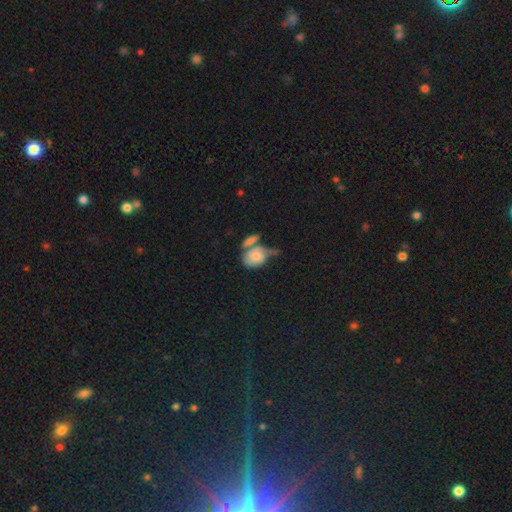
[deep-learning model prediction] A smooth galaxy with no disk features (70%) that is in between round and cigar-shaped (66%).

Vote fractions:
- Smooth or featured? smooth: 70% / featured or disk: 22% / star or artifact: 8%
- How rounded? in between: 66% / round: 32% / cigar-shaped: 2%
- Merging? merger: 44% / none: 24% / minor disturbance: 18% / major disturbance: 14%